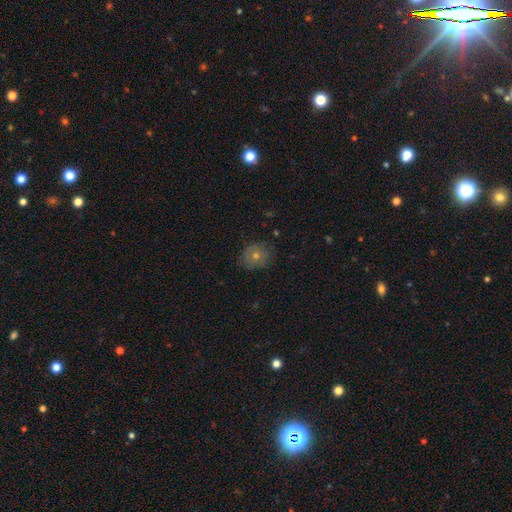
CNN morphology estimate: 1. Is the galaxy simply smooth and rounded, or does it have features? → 56% smooth, 26% featured or disk, 18% star or artifact.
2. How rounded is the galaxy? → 75% round, 24% in between, 1% cigar-shaped.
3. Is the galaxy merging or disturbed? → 81% none, 14% minor disturbance, 4% major disturbance, 1% merger.